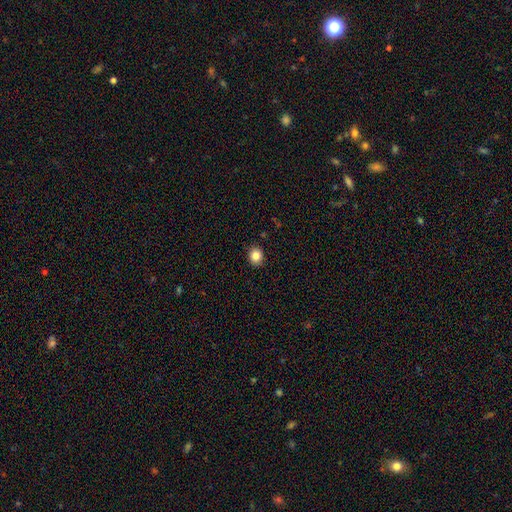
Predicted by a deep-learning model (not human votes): This is clearly a smooth galaxy (85%). How rounded: likely round (72%). Merging: clearly none (90%).